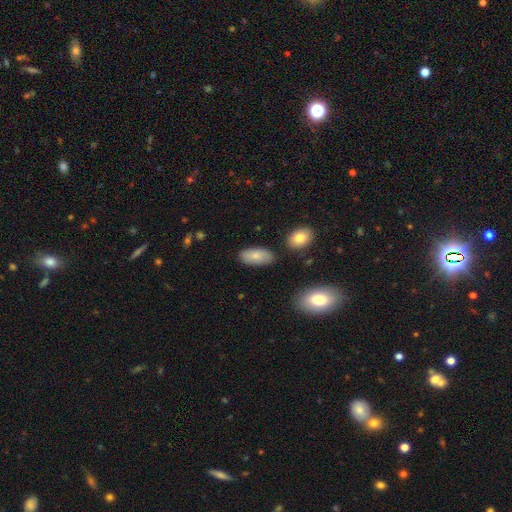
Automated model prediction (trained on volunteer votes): Morphology: type=smooth (81%); roundness=in between (92%); merging=none (79%).